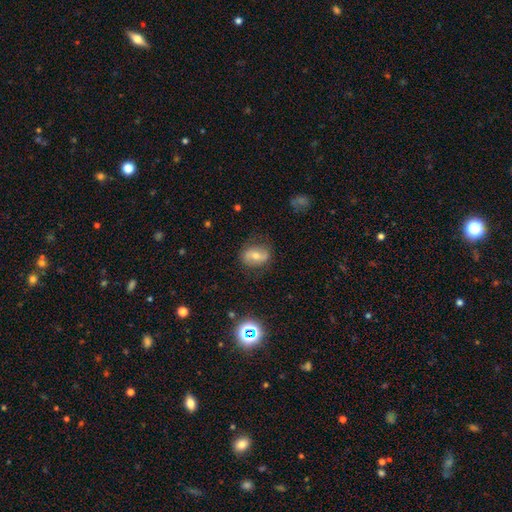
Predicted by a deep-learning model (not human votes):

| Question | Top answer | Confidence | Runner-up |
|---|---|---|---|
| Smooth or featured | featured or disk | 45% | smooth (44%) |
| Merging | none | 77% | minor disturbance (16%) |